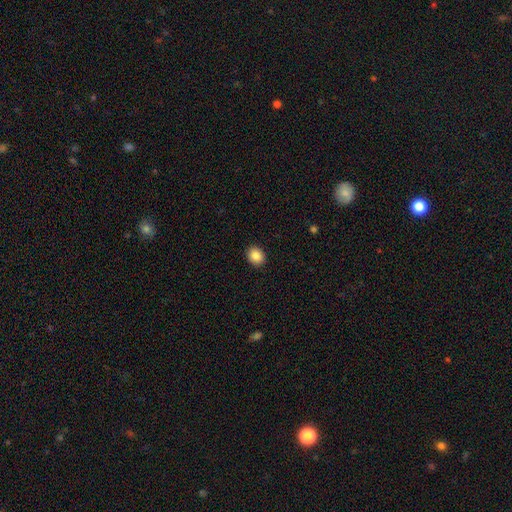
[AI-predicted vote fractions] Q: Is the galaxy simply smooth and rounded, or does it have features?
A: smooth — 86%.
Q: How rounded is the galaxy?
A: round — 60%.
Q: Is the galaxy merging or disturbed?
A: none — 92%.